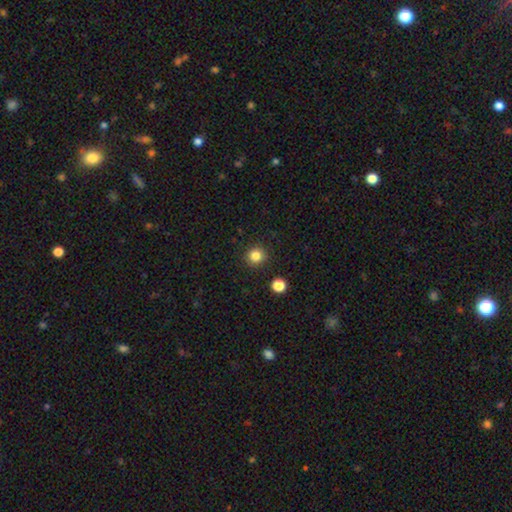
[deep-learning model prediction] Smooth or featured? smooth (83%)
How rounded? round (93%)
Merging? none (90%)